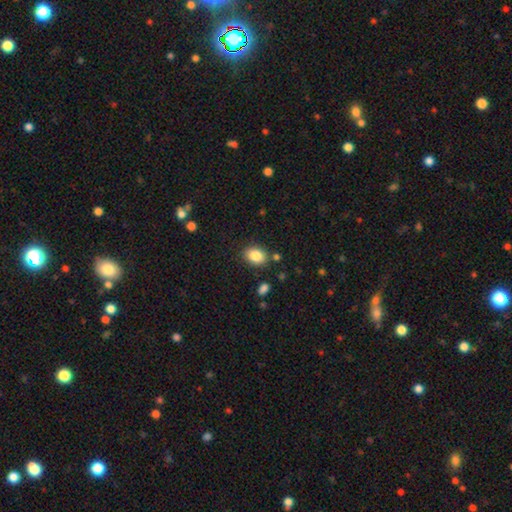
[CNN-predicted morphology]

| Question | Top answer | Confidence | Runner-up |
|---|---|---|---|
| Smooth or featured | smooth | 86% | star or artifact (8%) |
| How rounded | in between | 69% | round (30%) |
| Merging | none | 83% | minor disturbance (11%) |